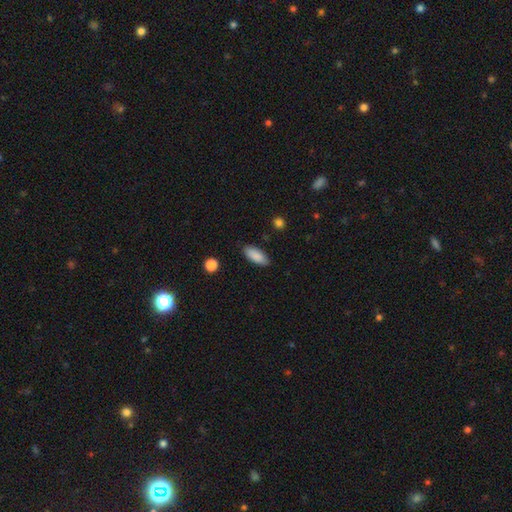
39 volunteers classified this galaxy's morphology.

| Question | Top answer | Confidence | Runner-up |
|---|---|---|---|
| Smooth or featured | smooth | 92% | star or artifact (5%) |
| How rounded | in between | 92% | cigar-shaped (8%) |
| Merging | none | 89% | minor disturbance (8%) |